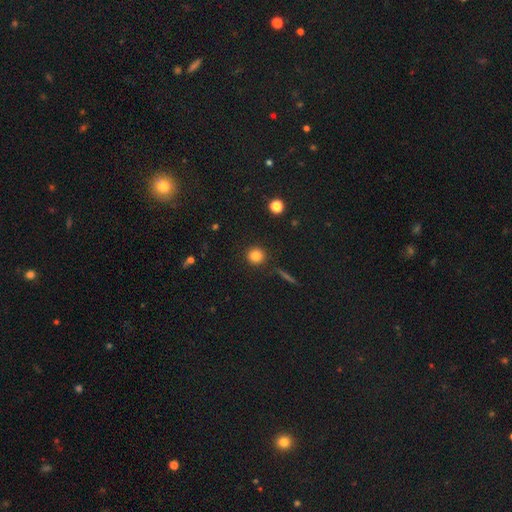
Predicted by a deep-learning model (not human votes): Smooth or featured? Predicted: smooth (p=0.83). How rounded? Predicted: round (p=0.94). Merging? Predicted: none (p=0.91).